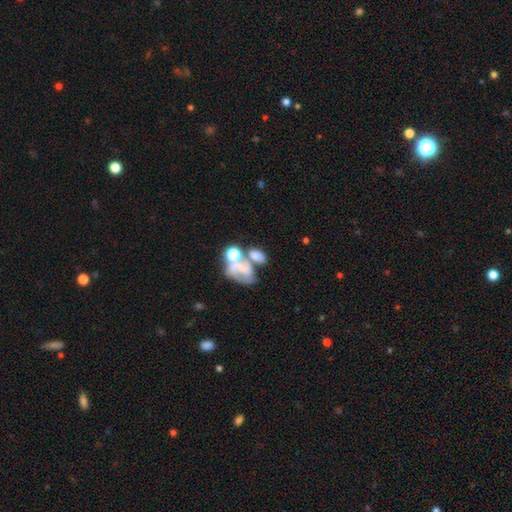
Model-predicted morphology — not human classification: smooth 53%, featured or disk 29%, star or artifact 18%. Down the decision tree: how rounded — in between (75%); merging — merger (47%).